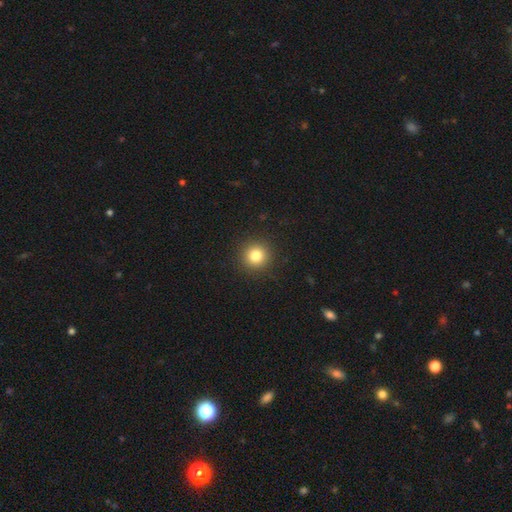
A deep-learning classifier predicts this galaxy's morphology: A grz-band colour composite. It shows a smooth galaxy with no disk features (81%) that is round (95%). Merging: none (92%).